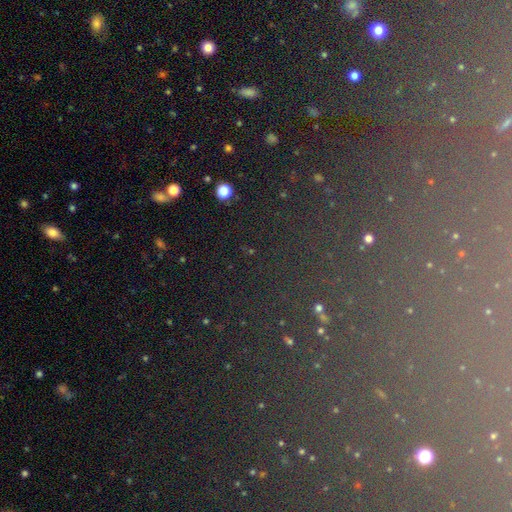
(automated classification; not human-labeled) This appears to be a star or artifact, not a galaxy (74%).